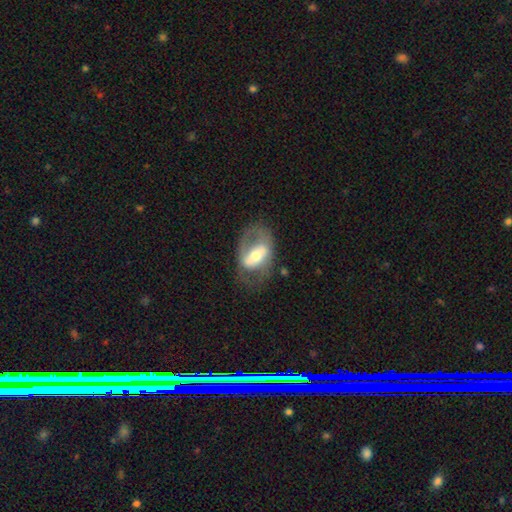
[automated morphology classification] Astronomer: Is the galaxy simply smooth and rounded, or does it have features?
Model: featured or disk — 67%.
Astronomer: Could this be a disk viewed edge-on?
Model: no — 92%.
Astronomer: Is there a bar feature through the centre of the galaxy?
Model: strong — 51% (runner-up: weak, 29%).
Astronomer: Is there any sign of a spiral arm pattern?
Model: yes — 53% (runner-up: no, 47%).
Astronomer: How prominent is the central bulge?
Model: moderate — 58%.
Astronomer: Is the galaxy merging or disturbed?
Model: none — 56%.